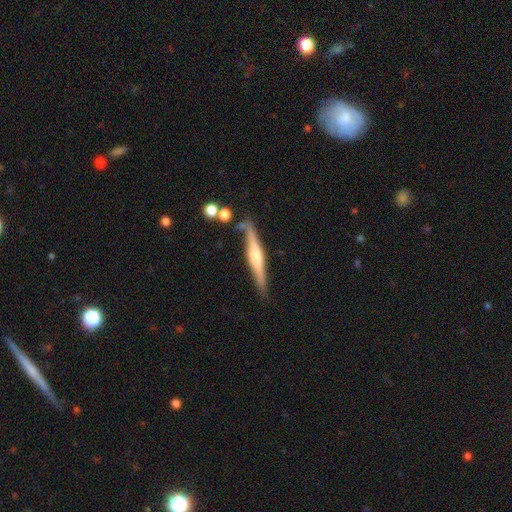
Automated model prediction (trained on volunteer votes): Smooth or featured? Predicted: featured or disk (p=0.71). Edge-on disk? Predicted: yes (p=0.96). Edge-on bulge? Predicted: rounded (p=0.71). Merging? Predicted: none (p=0.78).